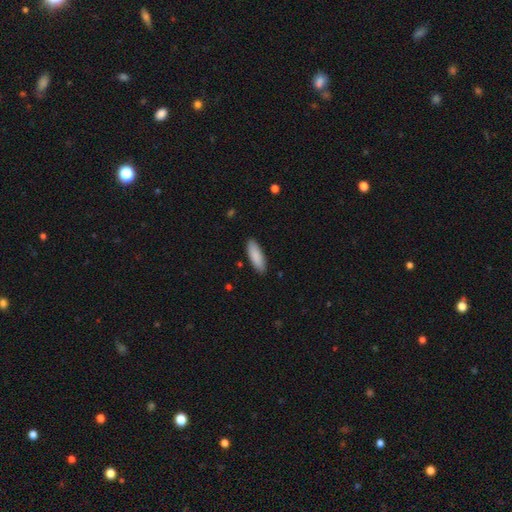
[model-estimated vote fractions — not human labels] smooth_or_featured: smooth (p=0.88) [alt: featured or disk p=0.06]
how_rounded: in between (p=0.57) [alt: cigar-shaped p=0.41]
merging: none (p=0.88) [alt: minor disturbance p=0.09]